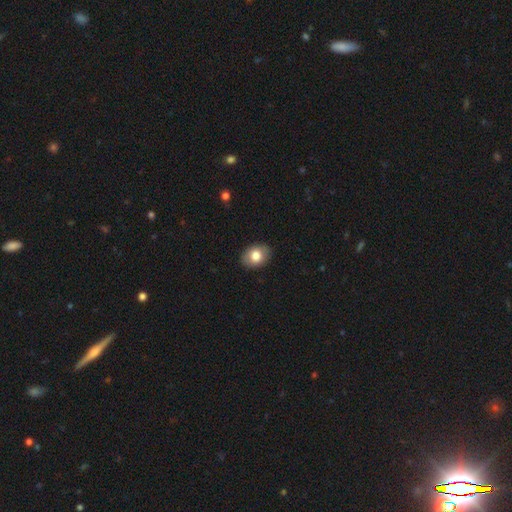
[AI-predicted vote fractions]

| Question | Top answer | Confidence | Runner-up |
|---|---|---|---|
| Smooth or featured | smooth | 80% | featured or disk (12%) |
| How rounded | in between | 64% | round (35%) |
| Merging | none | 88% | minor disturbance (9%) |